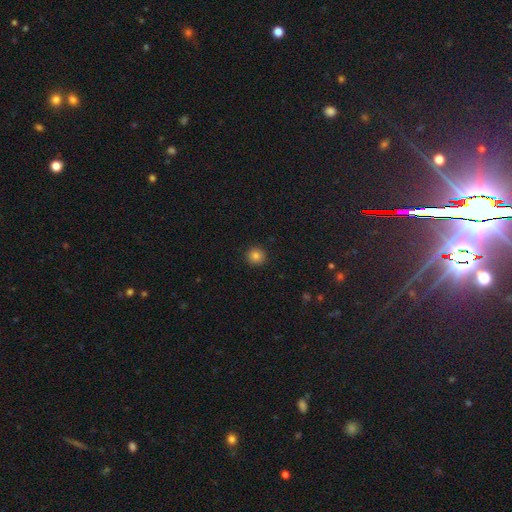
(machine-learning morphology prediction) This is clearly a smooth galaxy (83%). How rounded: clearly round (94%). Merging: clearly none (92%).